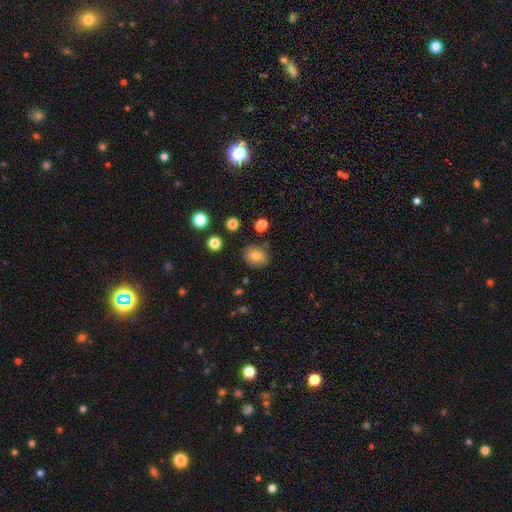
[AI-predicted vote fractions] A smooth galaxy with no disk features (76%) that is in between round and cigar-shaped (55%). Merging: none (81%).